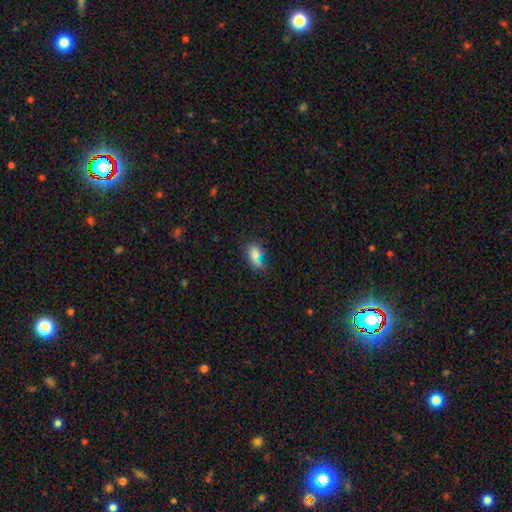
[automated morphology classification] smooth 71%, star or artifact 16%, featured or disk 12%. Down the decision tree: how rounded — in between (75%); merging — none (48%).